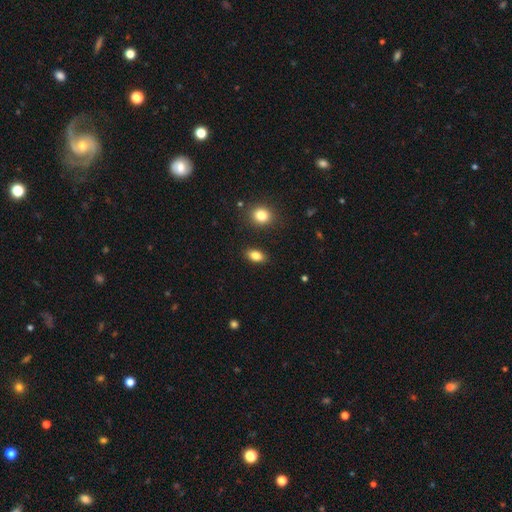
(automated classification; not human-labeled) Smooth or featured? Predicted: smooth (p=0.83). How rounded? Predicted: in between (p=0.86). Merging? Predicted: none (p=0.88).